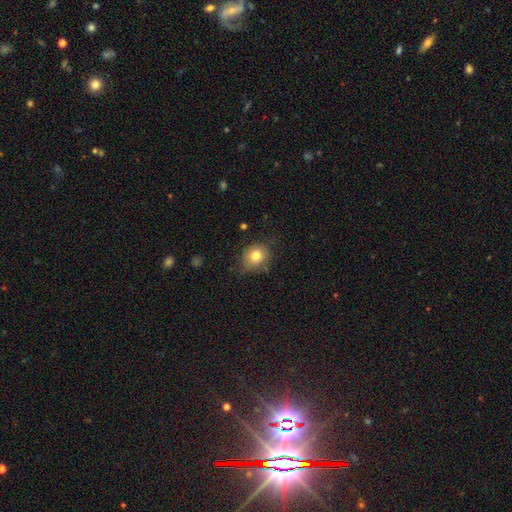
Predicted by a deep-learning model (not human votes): This is likely a smooth galaxy (79%). How rounded: likely round (72%). Merging: likely none (72%).